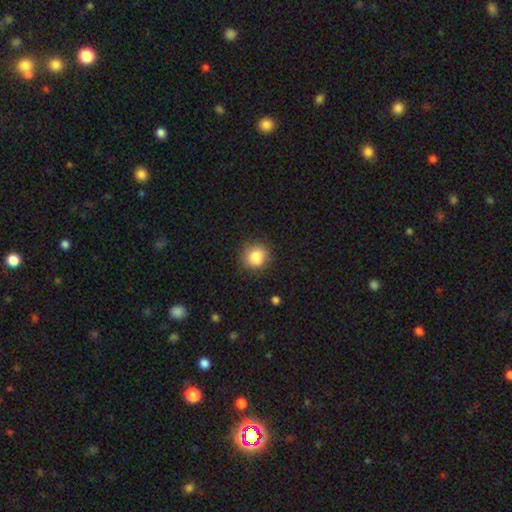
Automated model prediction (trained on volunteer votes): Morphology: type=smooth (84%); roundness=round (84%); merging=none (80%).